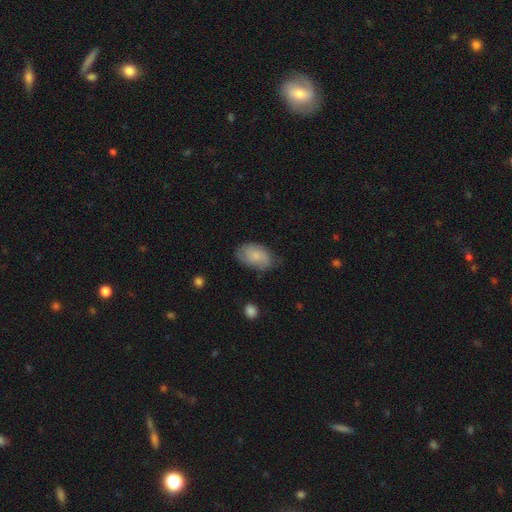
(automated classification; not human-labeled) smooth_or_featured: smooth (p=0.71) [alt: featured or disk p=0.23]
how_rounded: in between (p=0.91) [alt: round p=0.07]
merging: none (p=0.67) [alt: minor disturbance p=0.25]